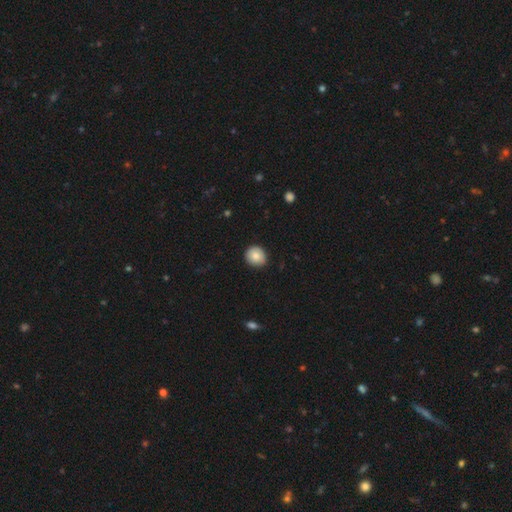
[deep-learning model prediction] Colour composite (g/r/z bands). It shows a smooth galaxy with no disk features (83%) that is round (86%). Merging: none (88%).